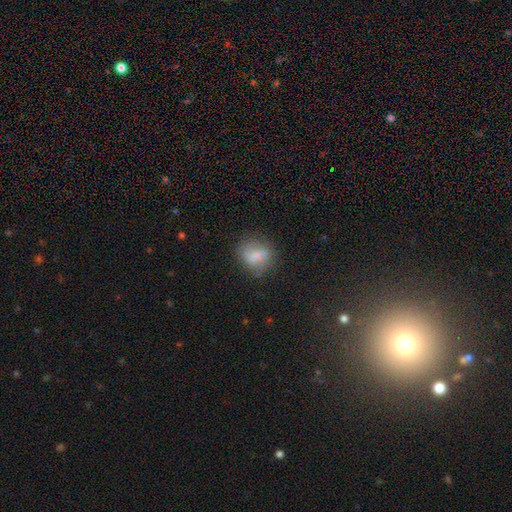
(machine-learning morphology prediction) Q: Smooth or featured?
A: smooth (68%); runner-up: featured or disk (22%)
Q: How rounded?
A: round (60%); runner-up: in between (38%)
Q: Merging?
A: none (61%); runner-up: minor disturbance (23%)